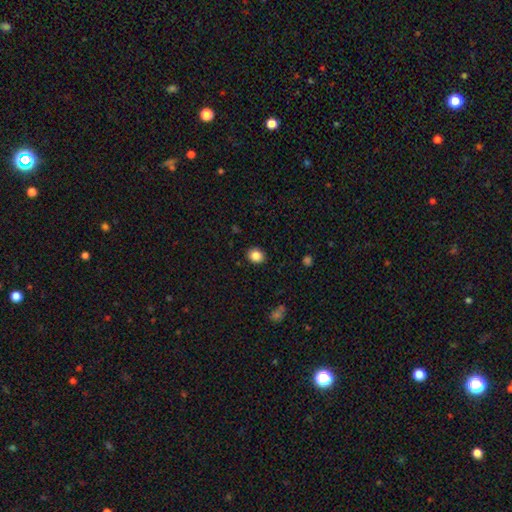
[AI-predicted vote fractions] Q: Smooth or featured?
A: smooth (85%); runner-up: star or artifact (10%)
Q: How rounded?
A: round (63%); runner-up: in between (36%)
Q: Merging?
A: none (90%); runner-up: minor disturbance (7%)